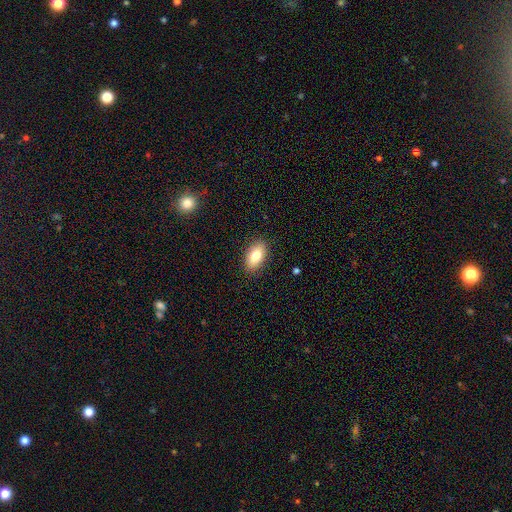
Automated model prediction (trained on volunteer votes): smooth 79%, featured or disk 13%, star or artifact 7%. Down the decision tree: how rounded — in between (91%); merging — none (88%).